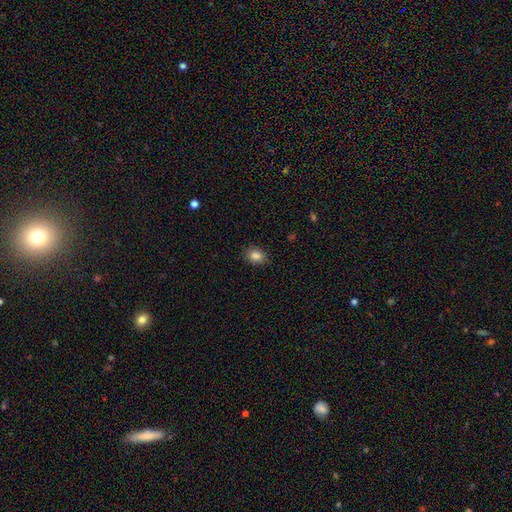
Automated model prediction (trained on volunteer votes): Morphology: type=smooth (85%); roundness=in between (63%); merging=none (87%).